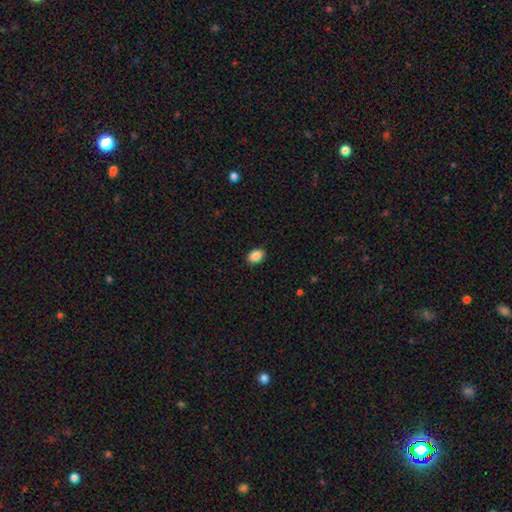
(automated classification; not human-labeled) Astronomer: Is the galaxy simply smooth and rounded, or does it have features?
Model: smooth — 88%.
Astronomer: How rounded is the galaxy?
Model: in between — 77%.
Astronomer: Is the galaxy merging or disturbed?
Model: none — 90%.